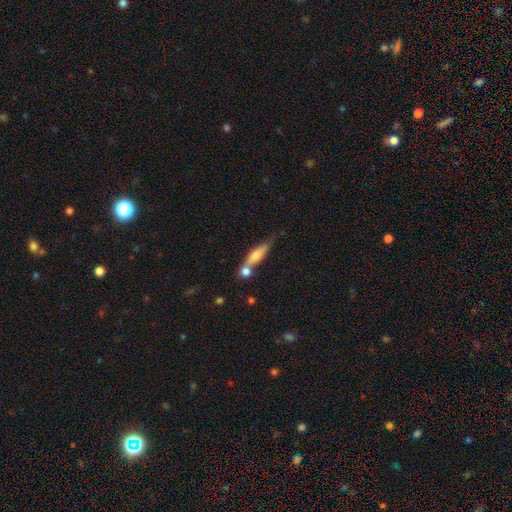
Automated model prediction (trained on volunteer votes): The model was most divided on "merging": none: 42%, merger: 36%, minor disturbance: 15%, major disturbance: 6%. More confident: smooth or featured — smooth (61%); how rounded — cigar-shaped (61%).